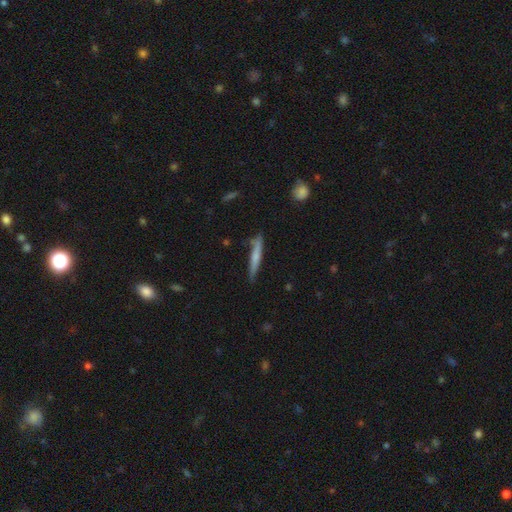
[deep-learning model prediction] A smooth galaxy with no disk features (60%) that is cigar-shaped (94%). Merging: none (77%).